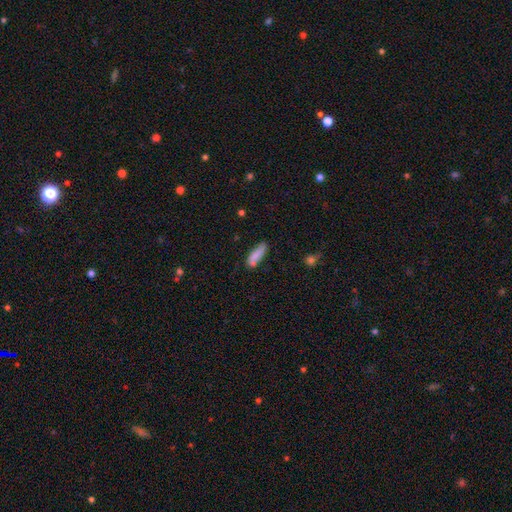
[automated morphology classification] A smooth galaxy with no disk features (79%) that is cigar-shaped (54%). Merging: none (67%).